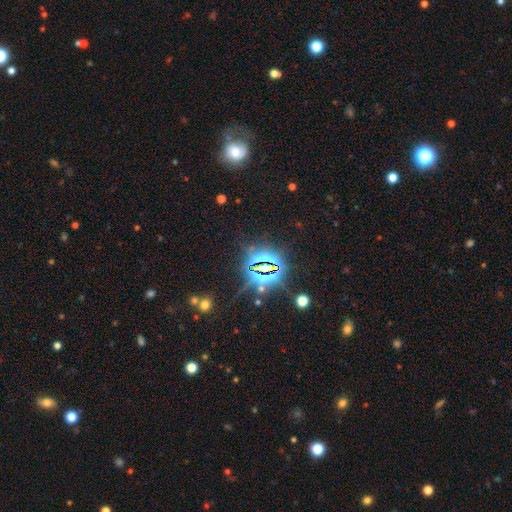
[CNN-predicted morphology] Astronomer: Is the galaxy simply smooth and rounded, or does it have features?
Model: star or artifact — 81%.